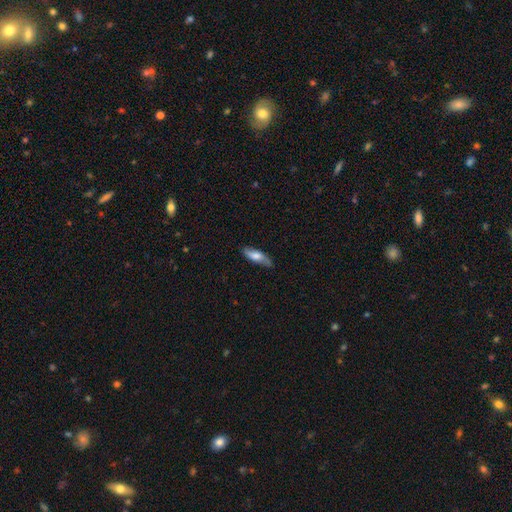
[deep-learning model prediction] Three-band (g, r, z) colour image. It shows a smooth galaxy with no disk features (61%) that is in between round and cigar-shaped (56%). Merging: none (79%).